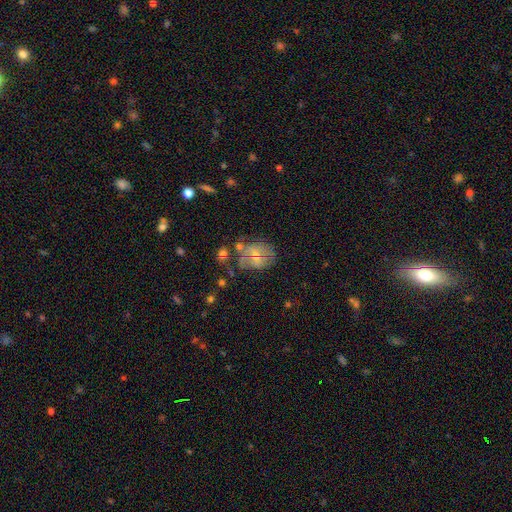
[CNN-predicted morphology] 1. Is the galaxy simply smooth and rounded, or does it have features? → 49% featured or disk, 38% smooth, 13% star or artifact.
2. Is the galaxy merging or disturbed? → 48% none, 25% minor disturbance, 17% major disturbance, 10% merger.